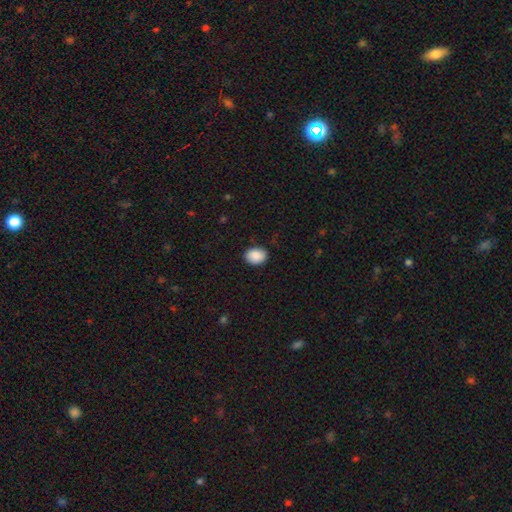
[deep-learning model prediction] A smooth galaxy with no disk features (90%) that is in between round and cigar-shaped (69%). Merging: none (88%).